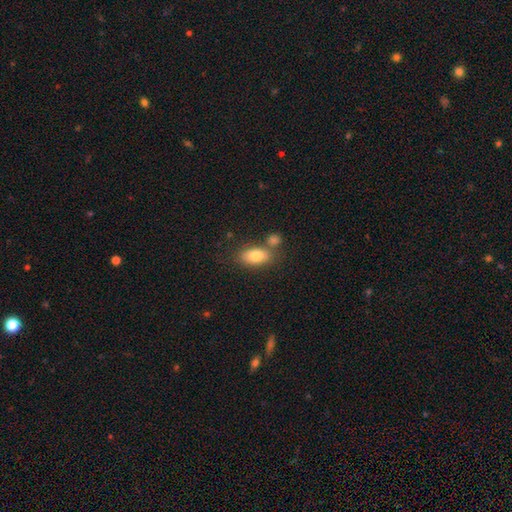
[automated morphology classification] A smooth galaxy with no disk features (79%) that is in between round and cigar-shaped (89%).

Vote fractions:
- Smooth or featured? smooth: 79% / featured or disk: 13% / star or artifact: 8%
- How rounded? in between: 89% / round: 7% / cigar-shaped: 5%
- Merging? none: 62% / merger: 21% / minor disturbance: 13% / major disturbance: 4%